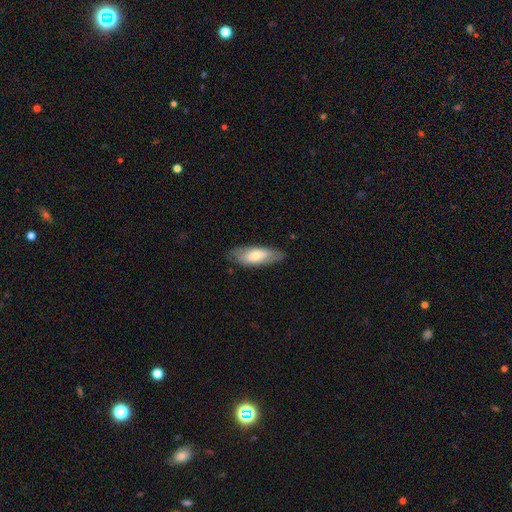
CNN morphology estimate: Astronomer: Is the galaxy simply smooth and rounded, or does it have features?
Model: smooth — 60%.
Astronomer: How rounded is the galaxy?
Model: in between — 71%.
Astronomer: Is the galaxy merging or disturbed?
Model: none — 79%.